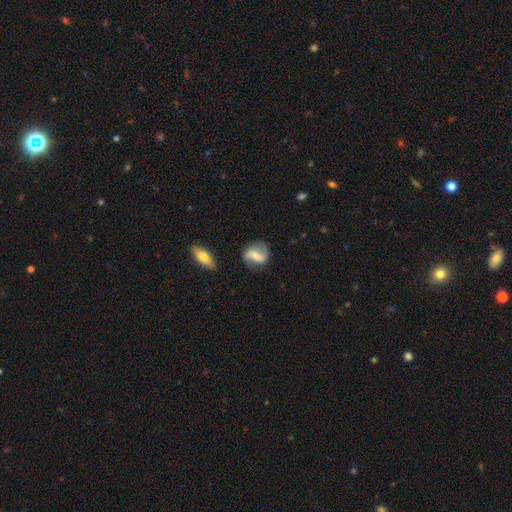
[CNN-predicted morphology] The model was most divided on "bulge size": moderate: 47%, small: 46%, none: 3%, large: 3%, dominant: 1%. Remaining: edge-on disk — no (95%); spiral arms — yes (86%); merging — none (77%); smooth or featured — featured or disk (61%); bar — weak (38%).